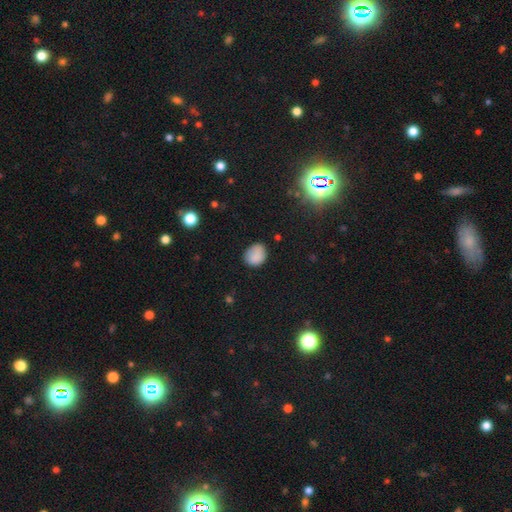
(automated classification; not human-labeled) Smooth or featured: smooth — 85% (star or artifact — 10%)
How rounded: round — 57% (in between — 42%)
Merging: none — 75% (minor disturbance — 20%)